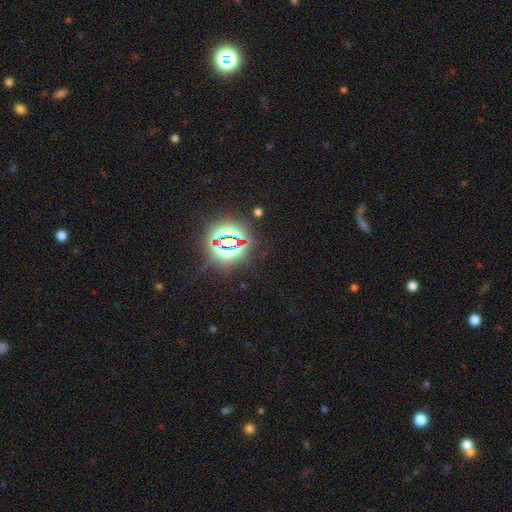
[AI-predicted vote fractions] A star or artifact, not a galaxy (84%).

Vote fractions:
- Smooth or featured? star or artifact: 84% / smooth: 10% / featured or disk: 6%